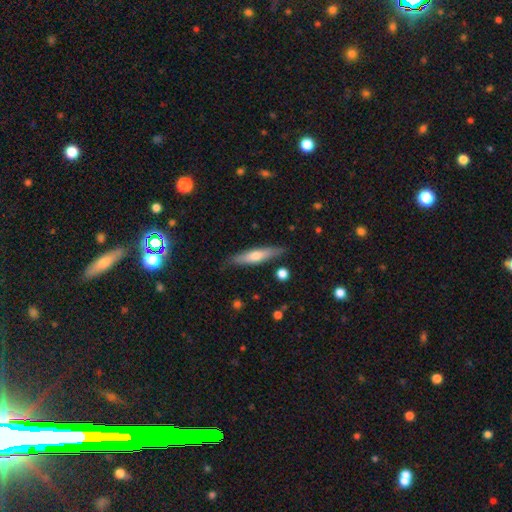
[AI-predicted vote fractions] smooth-or-featured: smooth: 51% | featured or disk: 43% | star or artifact: 6%
  how-rounded: cigar-shaped: 81% | in between: 17% | round: 2%
  merging: none: 84% | minor disturbance: 12% | major disturbance: 2% | merger: 2%